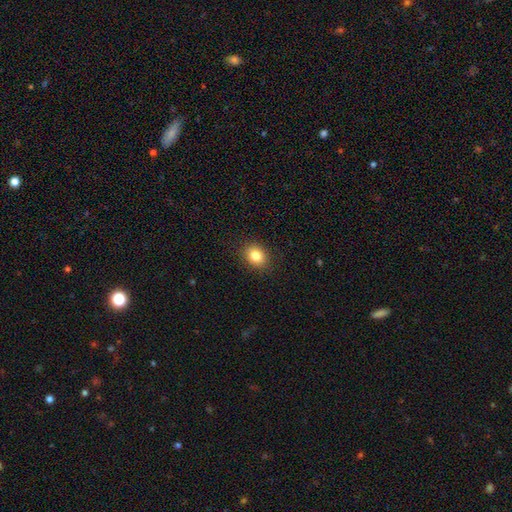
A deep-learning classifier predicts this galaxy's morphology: Q: Smooth or featured?
A: smooth (84%); runner-up: star or artifact (10%)
Q: How rounded?
A: in between (50%); runner-up: round (49%)
Q: Merging?
A: none (90%); runner-up: minor disturbance (7%)